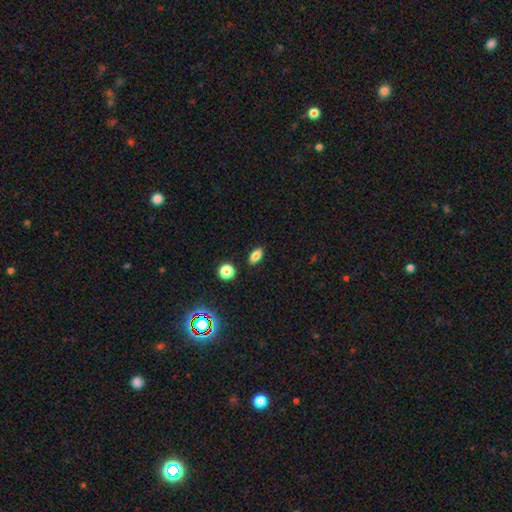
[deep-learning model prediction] A smooth galaxy with no disk features (82%) that is in between round and cigar-shaped (84%).

Vote fractions:
- Smooth or featured? smooth: 82% / star or artifact: 11% / featured or disk: 7%
- How rounded? in between: 84% / cigar-shaped: 9% / round: 7%
- Merging? none: 88% / minor disturbance: 8% / merger: 2% / major disturbance: 2%